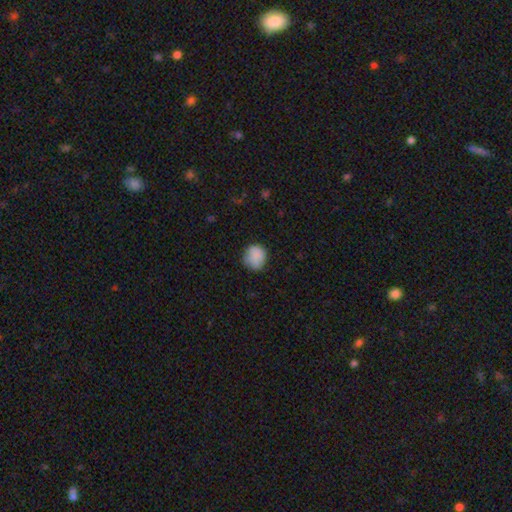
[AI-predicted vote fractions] smooth-or-featured: smooth: 86% | star or artifact: 8% | featured or disk: 6%
  how-rounded: round: 84% | in between: 15% | cigar-shaped: 1%
  merging: none: 73% | minor disturbance: 21% | major disturbance: 5% | merger: 1%